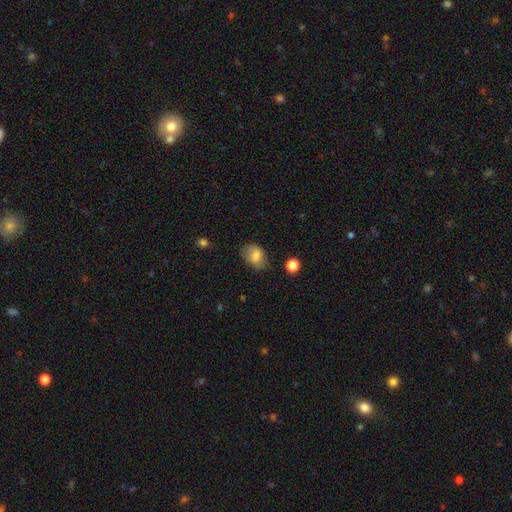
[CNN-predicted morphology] smooth-or-featured: smooth: 76% | featured or disk: 15% | star or artifact: 9%
  how-rounded: in between: 71% | round: 28% | cigar-shaped: 1%
  merging: none: 61% | minor disturbance: 27% | major disturbance: 9% | merger: 2%